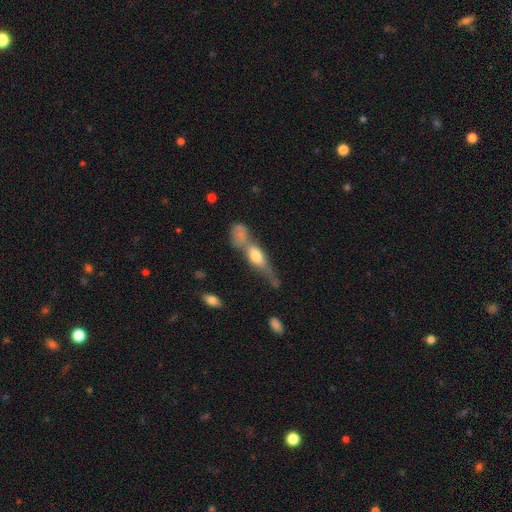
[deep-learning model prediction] smooth_or_featured: smooth (p=0.47) [alt: featured or disk p=0.44]
merging: merger (p=0.43) [alt: none p=0.28]